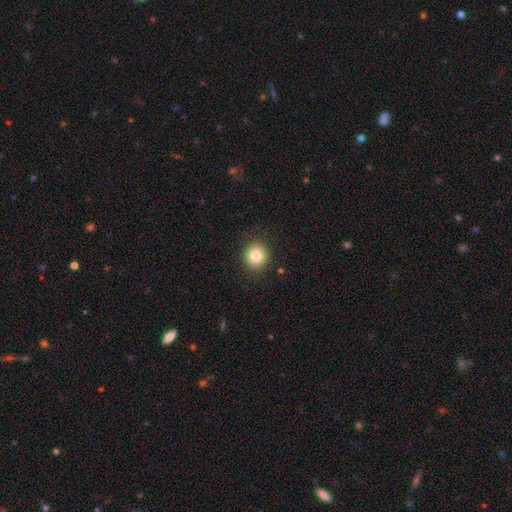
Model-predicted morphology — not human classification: Smooth or featured? smooth (82%)
How rounded? round (85%)
Merging? none (89%)